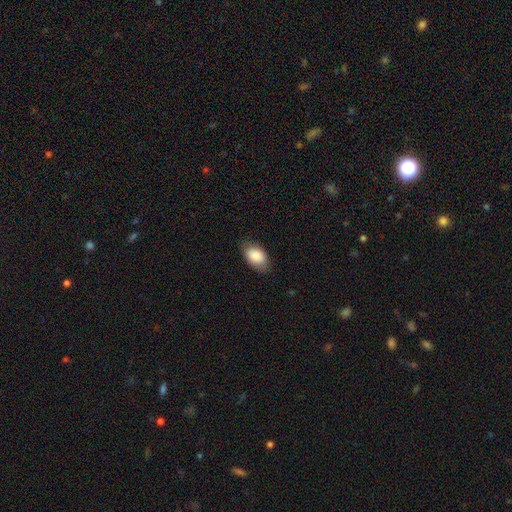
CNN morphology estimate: This appears to be a smooth galaxy with no disk features (87%) that is in between round and cigar-shaped (91%). Merging: none (79%).